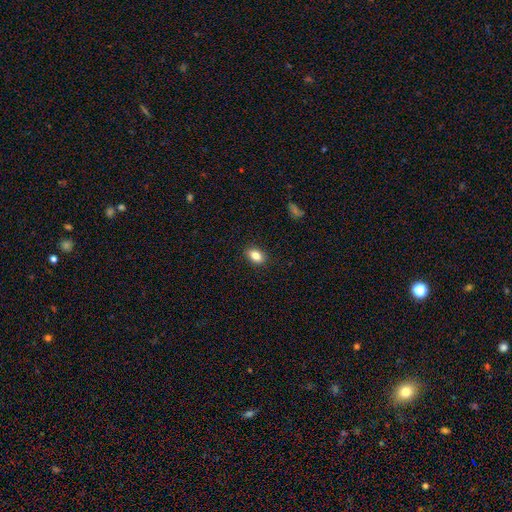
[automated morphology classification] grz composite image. It shows a smooth galaxy with no disk features (83%) that is in between round and cigar-shaped (84%). Merging: none (89%).